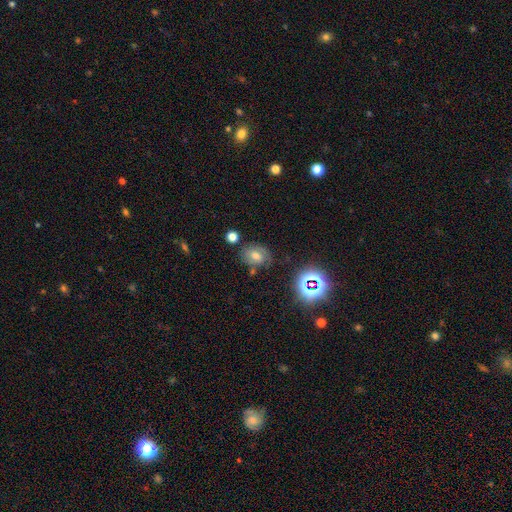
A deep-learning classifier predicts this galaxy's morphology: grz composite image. It shows a smooth galaxy with no disk features (50%) that is in between round and cigar-shaped (52%). Merging: none (67%).